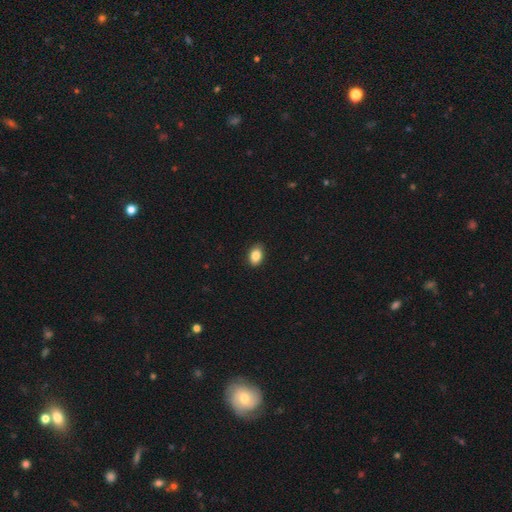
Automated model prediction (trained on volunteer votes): Smooth or featured: smooth — 87% (star or artifact — 8%)
How rounded: in between — 83% (round — 15%)
Merging: none — 88% (minor disturbance — 10%)